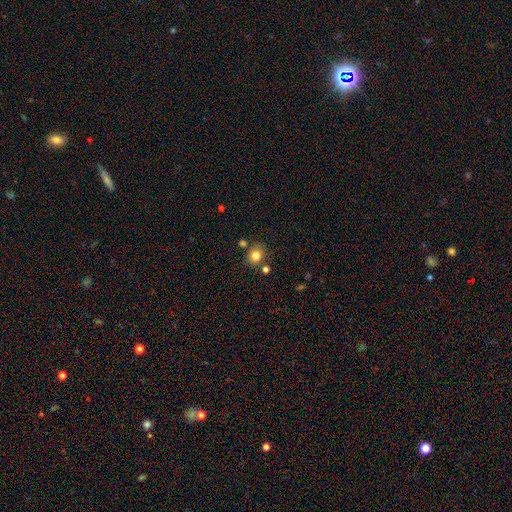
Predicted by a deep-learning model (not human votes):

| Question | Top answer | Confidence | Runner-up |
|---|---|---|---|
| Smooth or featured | smooth | 81% | star or artifact (12%) |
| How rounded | round | 73% | in between (27%) |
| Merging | none | 75% | minor disturbance (12%) |